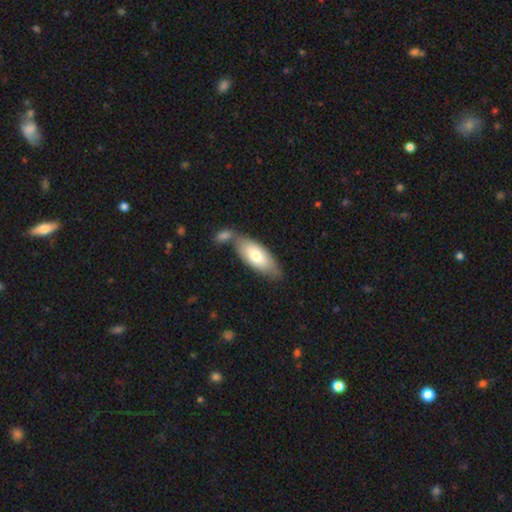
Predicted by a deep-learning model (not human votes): Morphology: type=smooth (72%); roundness=in between (83%); merging=none (50%).